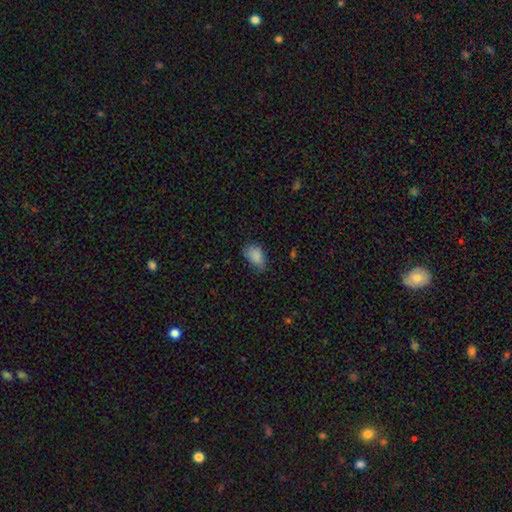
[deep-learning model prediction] A smooth galaxy with no disk features (87%) that is in between round and cigar-shaped (89%). Merging: none (59%).